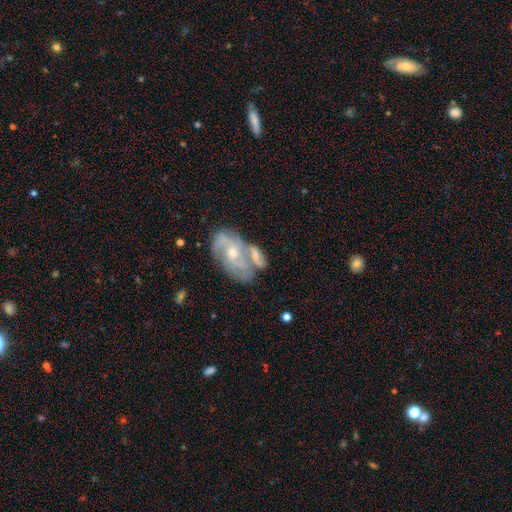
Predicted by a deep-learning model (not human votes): Smooth or featured? featured or disk (71%)
Edge-on disk? no (96%)
Bar? no (61%)
Spiral arms? yes (83%)
Spiral winding? medium (45%)
Spiral arm count? 2 (38%)
Bulge size? moderate (48%)
Merging? merger (49%)